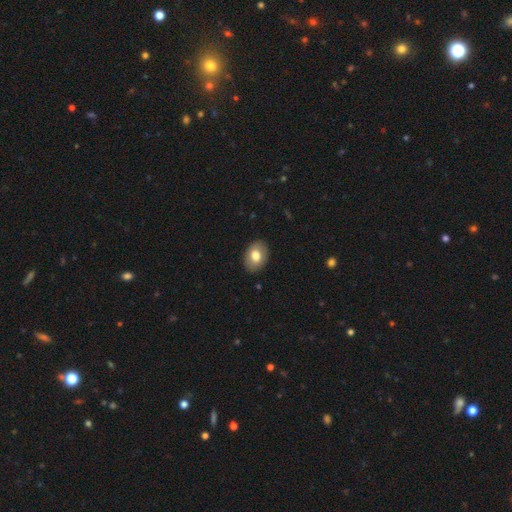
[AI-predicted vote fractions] Smooth or featured? smooth (78%)
How rounded? in between (75%)
Merging? none (88%)